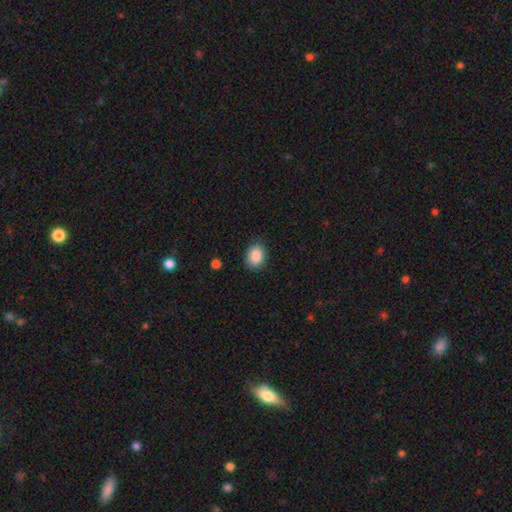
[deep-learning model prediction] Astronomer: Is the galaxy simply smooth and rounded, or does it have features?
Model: smooth — 88%.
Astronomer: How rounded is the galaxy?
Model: in between — 65%.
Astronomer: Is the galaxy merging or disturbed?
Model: none — 86%.